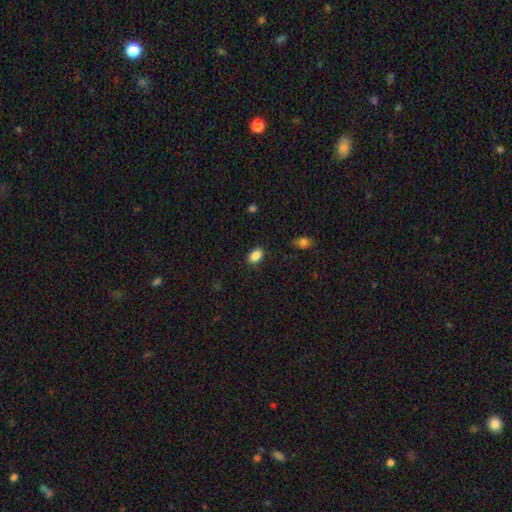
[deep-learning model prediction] The model was most divided on "how rounded": in between: 87%, round: 12%, cigar-shaped: 2%. More confident: smooth or featured — smooth (87%); merging — none (85%).